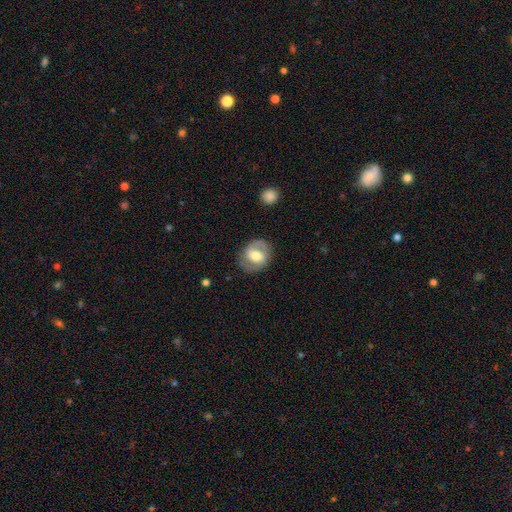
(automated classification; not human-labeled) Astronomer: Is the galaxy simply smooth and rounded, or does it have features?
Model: featured or disk — 57% (runner-up: smooth, 36%).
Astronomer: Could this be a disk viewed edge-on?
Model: no — 96%.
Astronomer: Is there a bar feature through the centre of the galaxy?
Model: weak — 43% (runner-up: no, 34%).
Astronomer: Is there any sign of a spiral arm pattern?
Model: yes — 69%.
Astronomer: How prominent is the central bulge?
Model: moderate — 60%.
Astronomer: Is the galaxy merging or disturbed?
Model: none — 79%.